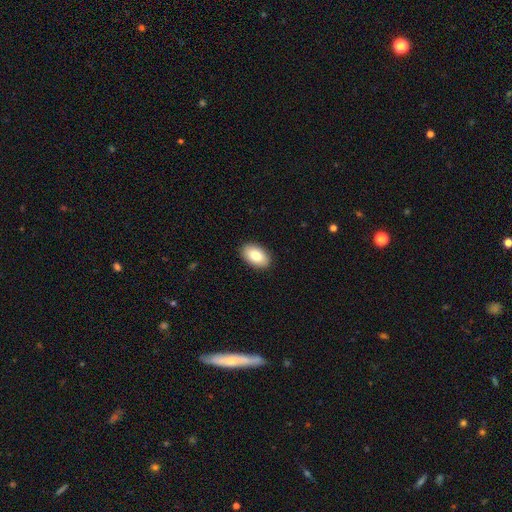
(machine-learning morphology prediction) This appears to be a smooth galaxy with no disk features (83%) that is in between round and cigar-shaped (93%). Merging: none (90%).